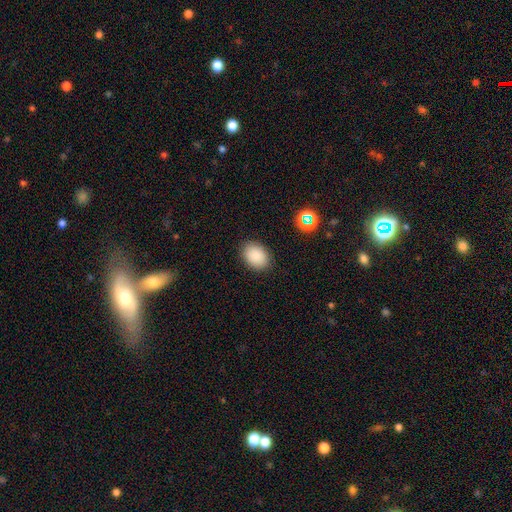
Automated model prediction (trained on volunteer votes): smooth-or-featured: smooth: 86% | star or artifact: 9% | featured or disk: 5%
  how-rounded: in between: 71% | round: 28% | cigar-shaped: 1%
  merging: none: 88% | minor disturbance: 9% | major disturbance: 2% | merger: 1%